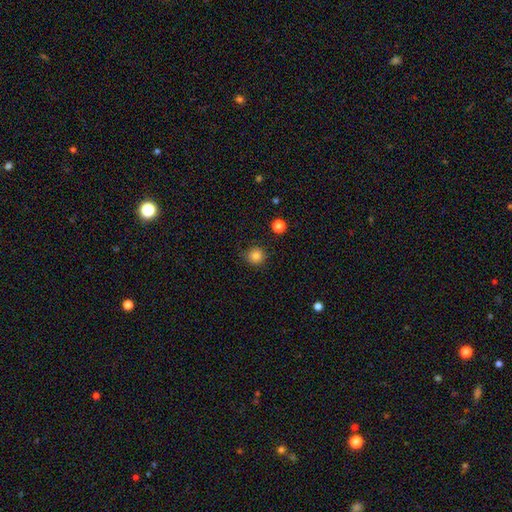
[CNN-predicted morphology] Overall: smooth (83%). How rounded: round (93%). Merging: none (86%).